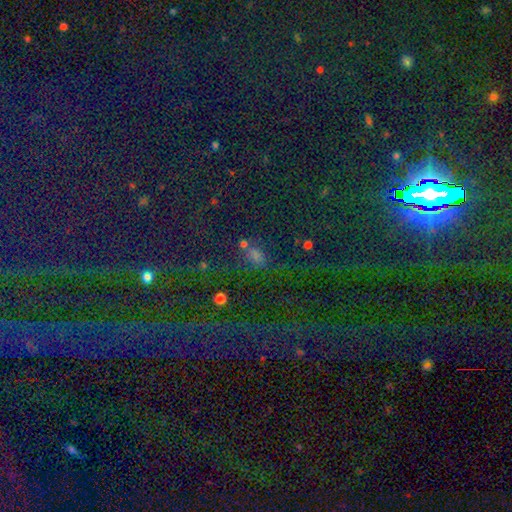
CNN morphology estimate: A star or artifact, not a galaxy (49%).

Vote fractions:
- Smooth or featured? star or artifact: 49% / smooth: 42% / featured or disk: 9%